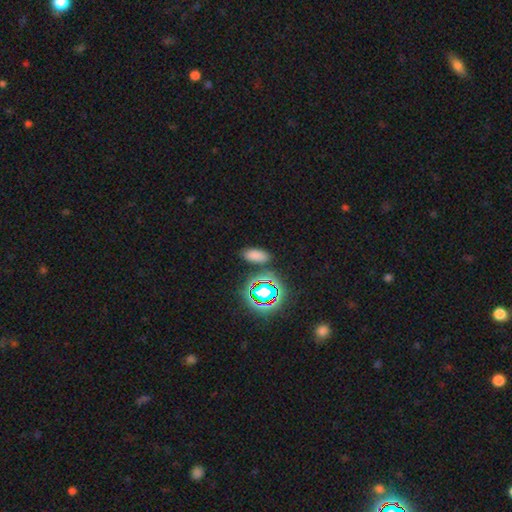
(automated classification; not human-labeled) Morphology: type=smooth (71%); roundness=in between (87%); merging=none (83%).